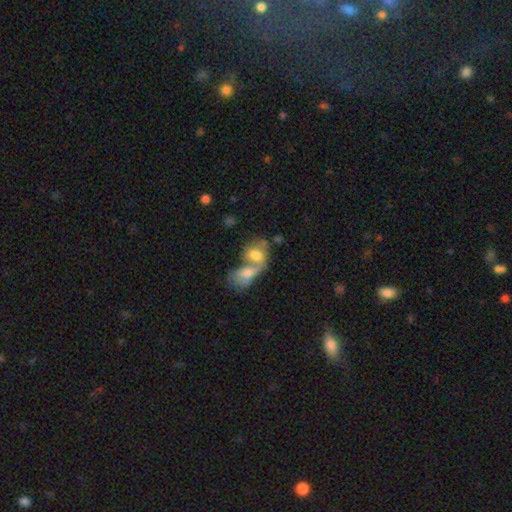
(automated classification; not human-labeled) Smooth or featured?
  - smooth: 63% *
  - featured or disk: 30%
  - star or artifact: 8%
How rounded?
  - in between: 69% *
  - round: 29%
  - cigar-shaped: 3%
Merging?
  - merger: 75% *
  - none: 14%
  - minor disturbance: 6%
  - major disturbance: 5%